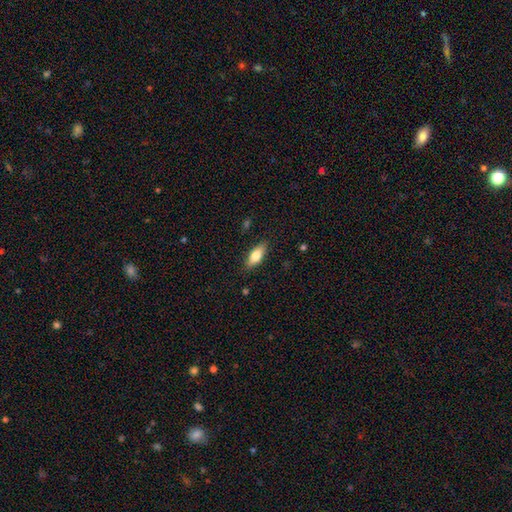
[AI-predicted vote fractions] Smooth or featured? smooth (75%)
How rounded? in between (75%)
Merging? none (86%)